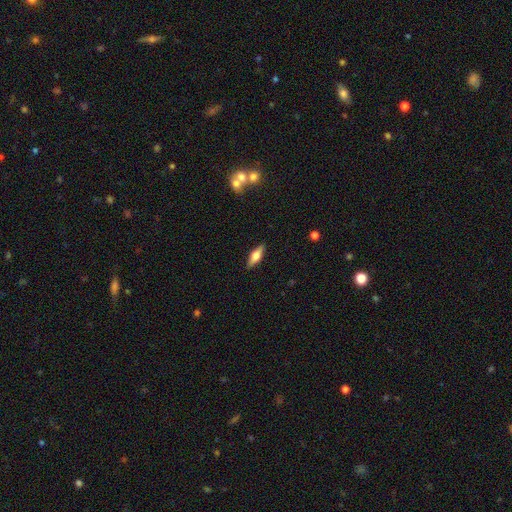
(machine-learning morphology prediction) Smooth or featured?
  - smooth: 50% *
  - featured or disk: 43%
  - star or artifact: 7%
Merging?
  - none: 88% *
  - minor disturbance: 9%
  - major disturbance: 2%
  - merger: 1%